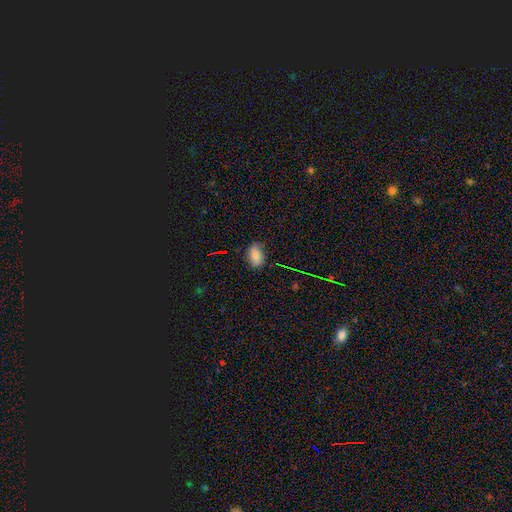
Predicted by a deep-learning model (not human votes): A smooth galaxy with no disk features (81%) that is in between round and cigar-shaped (87%).

Vote fractions:
- Smooth or featured? smooth: 81% / star or artifact: 10% / featured or disk: 9%
- How rounded? in between: 87% / round: 11% / cigar-shaped: 2%
- Merging? none: 78% / minor disturbance: 18% / major disturbance: 3% / merger: 1%